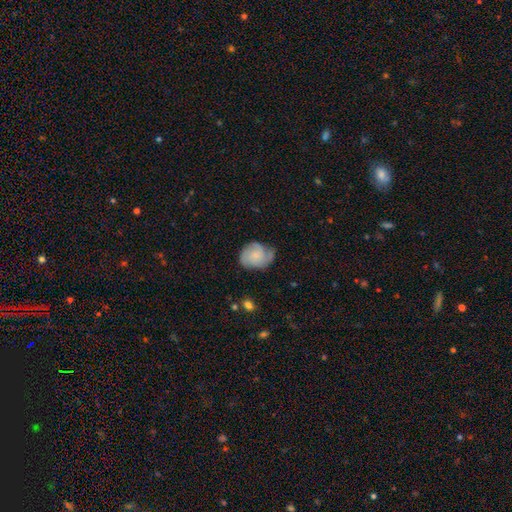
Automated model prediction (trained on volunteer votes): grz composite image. It shows a featured or disk galaxy (53%) with no bar (76%), spiral arms (89%) and a small central bulge (50%). Merging: none (52%).